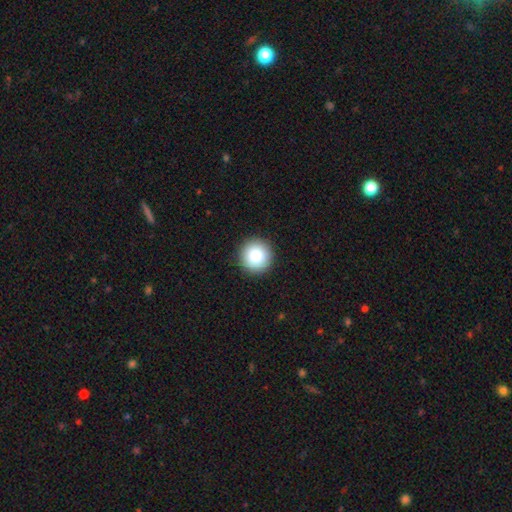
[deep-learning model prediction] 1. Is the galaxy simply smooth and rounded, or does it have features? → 85% smooth, 9% star or artifact, 7% featured or disk.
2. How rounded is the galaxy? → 95% round, 4% in between, 1% cigar-shaped.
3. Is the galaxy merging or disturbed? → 93% none, 5% minor disturbance, 2% major disturbance, 1% merger.